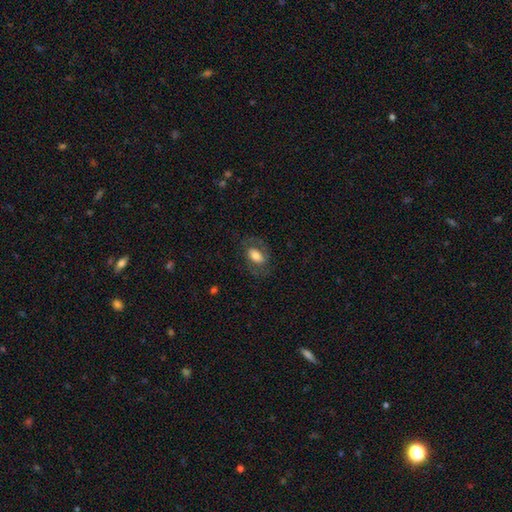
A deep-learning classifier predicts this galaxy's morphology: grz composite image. It shows a smooth galaxy with no disk features (53%) that is in between round and cigar-shaped (86%). Merging: none (70%).